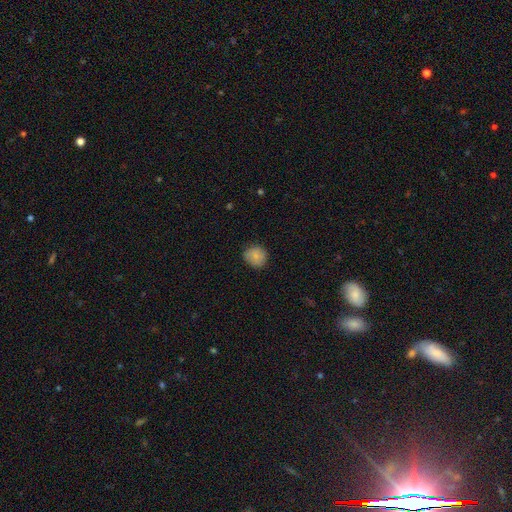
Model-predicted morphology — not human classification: The model was most divided on "merging": none: 77%, minor disturbance: 18%, major disturbance: 3%, merger: 1%. More confident: smooth or featured — smooth (82%); how rounded — round (81%).